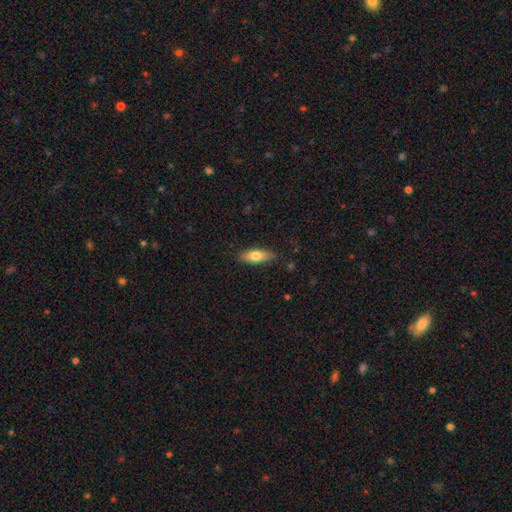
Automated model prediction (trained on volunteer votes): A smooth galaxy with no disk features (72%) that is in between round and cigar-shaped (69%).

Vote fractions:
- Smooth or featured? smooth: 72% / featured or disk: 22% / star or artifact: 6%
- How rounded? in between: 69% / cigar-shaped: 28% / round: 3%
- Merging? none: 86% / minor disturbance: 11% / major disturbance: 2% / merger: 1%